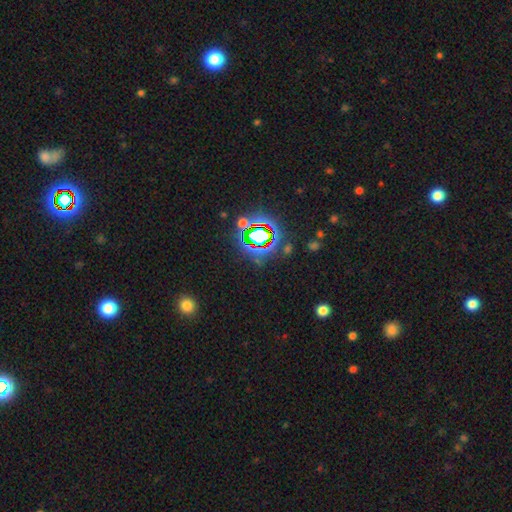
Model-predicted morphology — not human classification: The model was most divided on "smooth or featured": star or artifact: 79%, smooth: 13%, featured or disk: 9%.